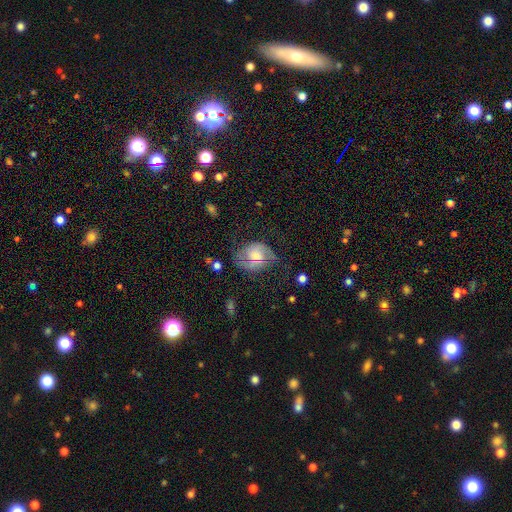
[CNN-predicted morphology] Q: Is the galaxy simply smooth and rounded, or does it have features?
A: featured or disk — 62%.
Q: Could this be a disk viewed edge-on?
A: no — 97%.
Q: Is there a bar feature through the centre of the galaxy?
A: no — 60%.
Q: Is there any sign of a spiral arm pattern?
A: yes — 84%.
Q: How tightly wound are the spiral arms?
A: medium — 47%.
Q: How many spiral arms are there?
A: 2 — 77%.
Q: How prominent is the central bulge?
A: moderate — 38%.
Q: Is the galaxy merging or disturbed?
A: none — 50%.